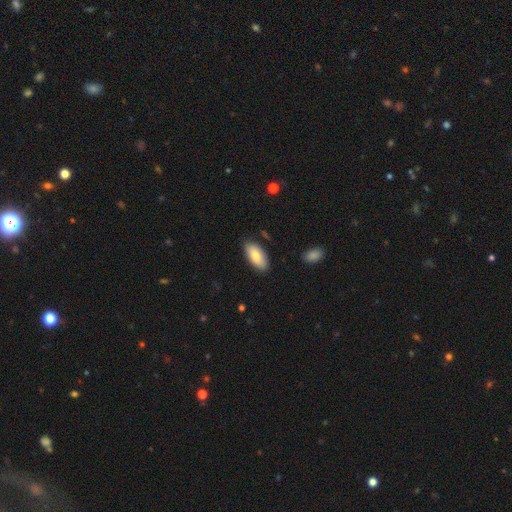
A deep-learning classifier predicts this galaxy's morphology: Smooth or featured? smooth (82%)
How rounded? in between (91%)
Merging? none (82%)